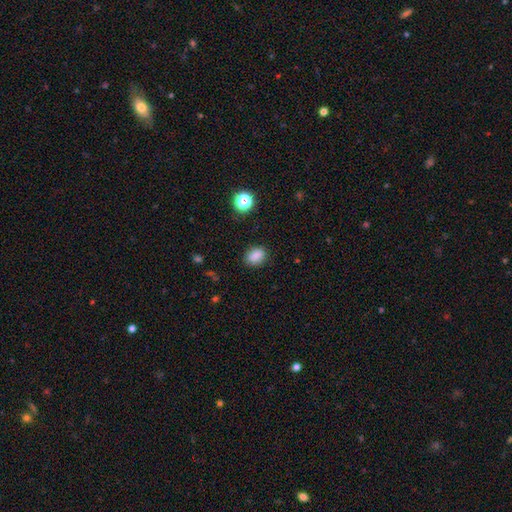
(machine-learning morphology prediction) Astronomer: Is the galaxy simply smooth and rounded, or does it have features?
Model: smooth — 84%.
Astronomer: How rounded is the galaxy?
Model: in between — 64%.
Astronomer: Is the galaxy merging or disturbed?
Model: none — 83%.